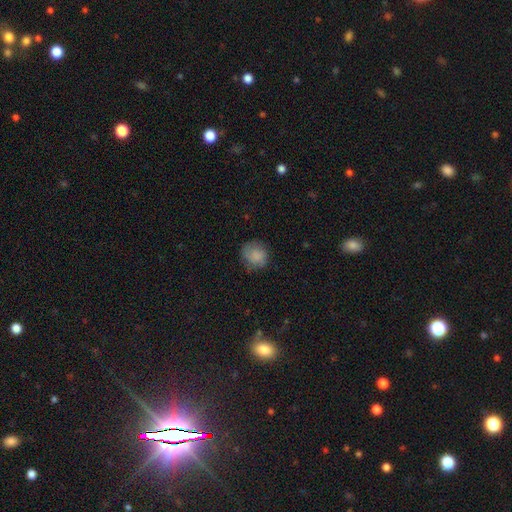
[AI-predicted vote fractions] Q: Smooth or featured?
A: smooth (82%); runner-up: featured or disk (10%)
Q: How rounded?
A: round (80%); runner-up: in between (19%)
Q: Merging?
A: none (71%); runner-up: minor disturbance (21%)